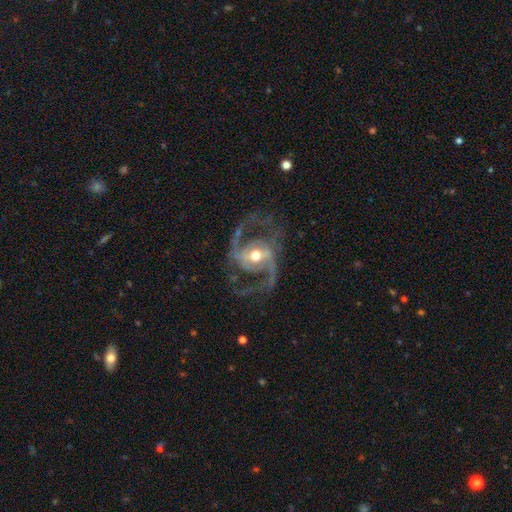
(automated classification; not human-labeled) featured or disk 92%, star or artifact 5%, smooth 4%. Down the decision tree: edge-on disk — no (98%); bar — weak (40%); spiral arms — yes (97%); spiral arm count — 2 (89%); spiral winding — medium (54%); bulge size — moderate (74%); merging — none (72%).